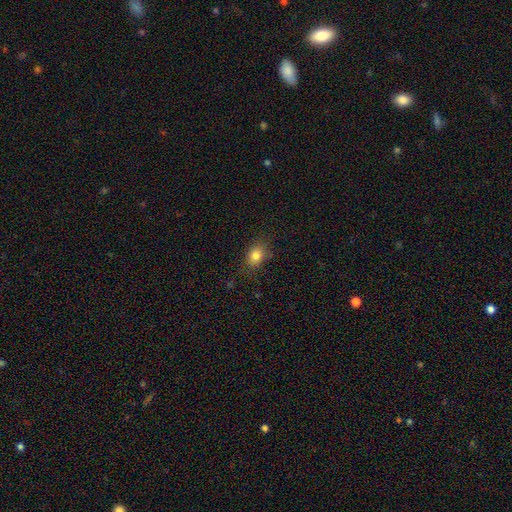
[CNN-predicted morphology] This is clearly a smooth galaxy (82%). How rounded: likely in between (64%). Merging: clearly none (80%).